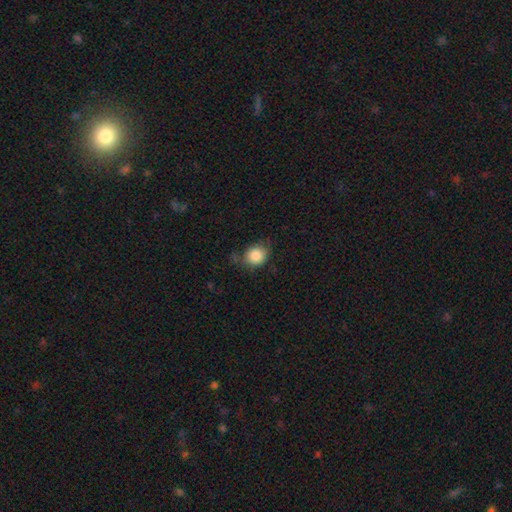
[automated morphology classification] Overall: smooth (85%). How rounded: round (67%; in between 32%). Merging: none (61%; minor disturbance 29%).